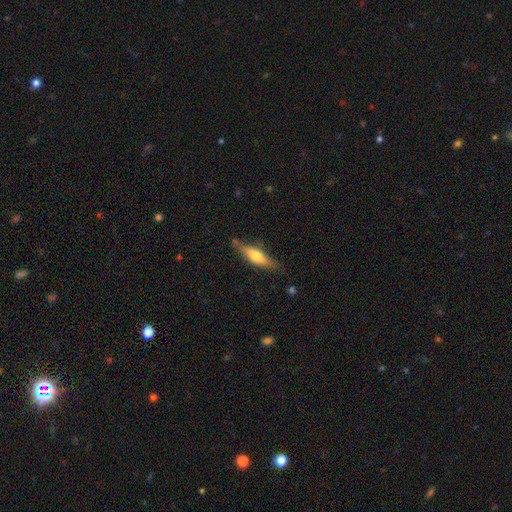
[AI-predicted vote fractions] This appears to be a smooth galaxy with no disk features (48%). Merging: none (74%).